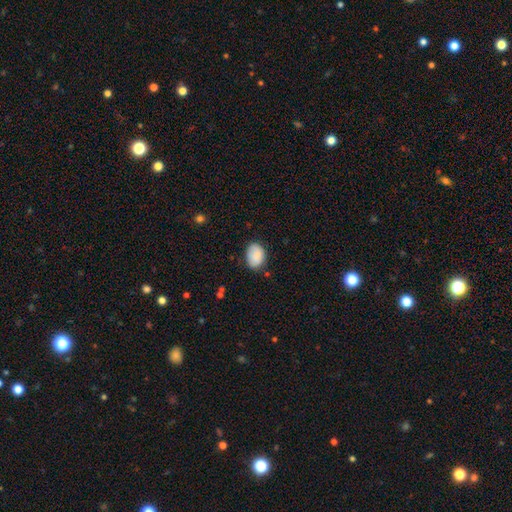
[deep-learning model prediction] smooth_or_featured: smooth (p=0.87) [alt: star or artifact p=0.07]
how_rounded: in between (p=0.75) [alt: round p=0.24]
merging: none (p=0.72) [alt: minor disturbance p=0.22]